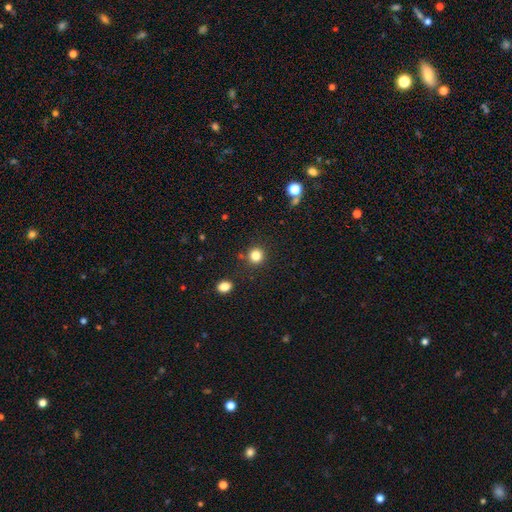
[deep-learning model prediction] Smooth or featured? smooth (82%)
How rounded? round (92%)
Merging? none (87%)